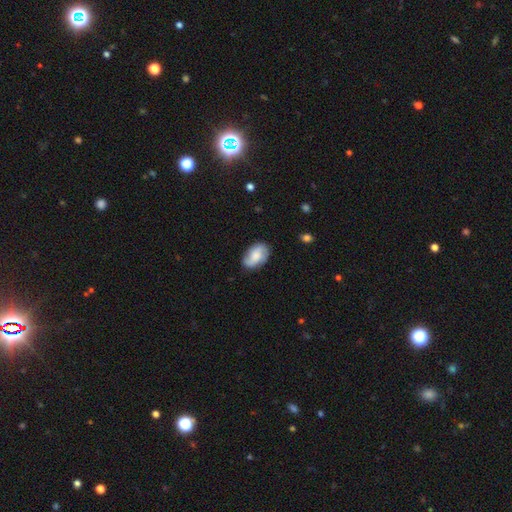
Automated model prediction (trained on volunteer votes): Smooth or featured? Predicted: featured or disk (p=0.48). Merging? Predicted: none (p=0.76).